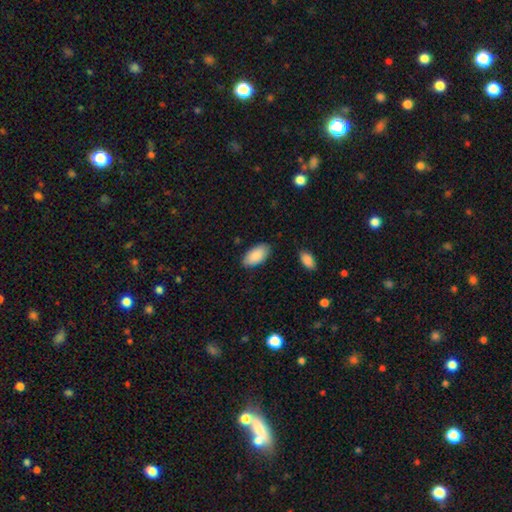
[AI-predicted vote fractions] Morphology: type=smooth (90%); roundness=in between (95%); merging=none (84%).